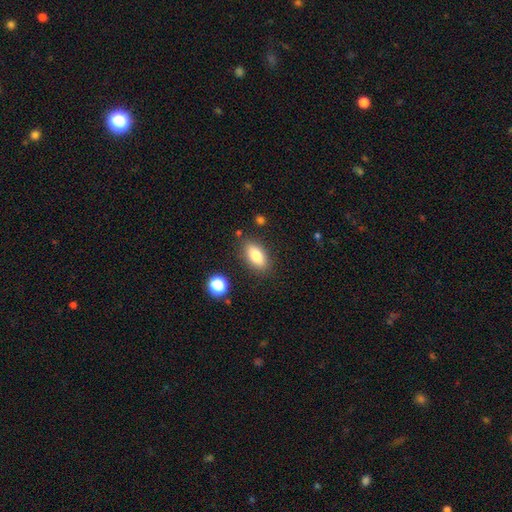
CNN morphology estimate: This appears to be a smooth galaxy with no disk features (80%) that is in between round and cigar-shaped (85%). Merging: none (83%).